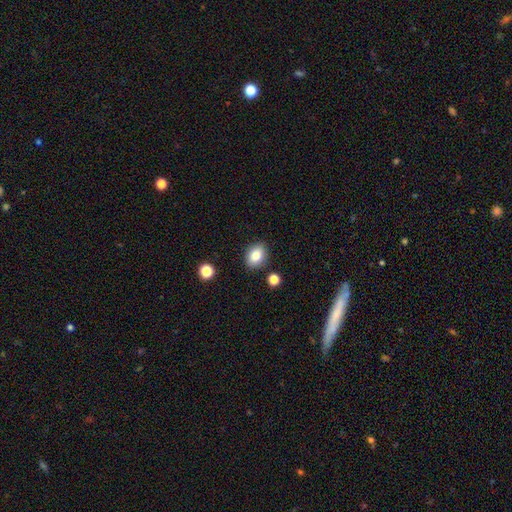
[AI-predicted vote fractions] A smooth galaxy with no disk features (82%) that is in between round and cigar-shaped (66%).

Vote fractions:
- Smooth or featured? smooth: 82% / star or artifact: 9% / featured or disk: 8%
- How rounded? in between: 66% / round: 32% / cigar-shaped: 1%
- Merging? none: 85% / minor disturbance: 9% / merger: 3% / major disturbance: 2%